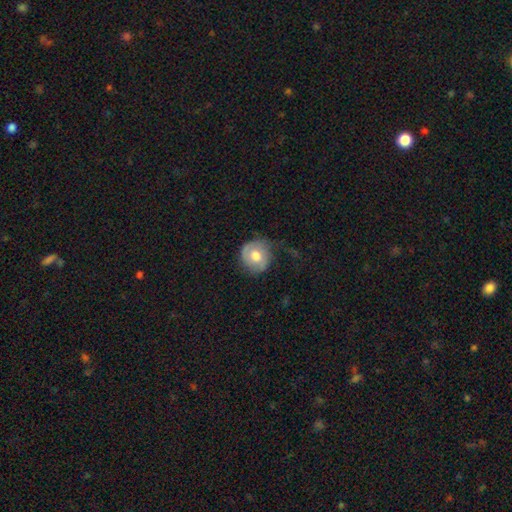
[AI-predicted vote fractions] A smooth galaxy with no disk features (54%) that is round (83%). Merging: none (56%).